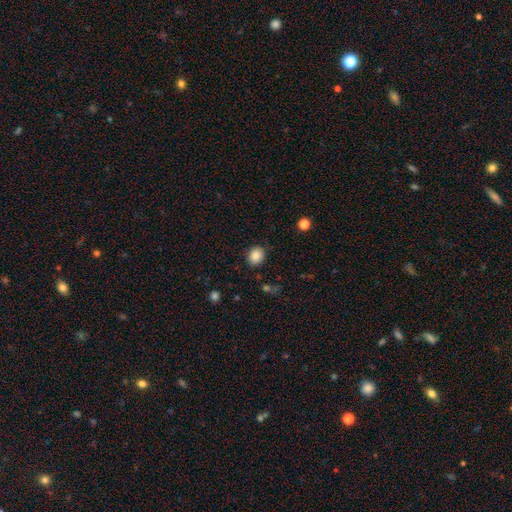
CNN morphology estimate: smooth_or_featured: smooth (p=0.85) [alt: star or artifact p=0.10]
how_rounded: round (p=0.68) [alt: in between p=0.31]
merging: none (p=0.87) [alt: minor disturbance p=0.09]